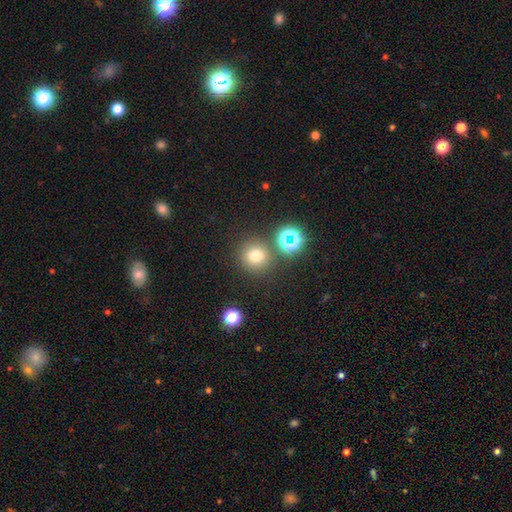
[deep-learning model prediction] Smooth or featured? smooth (72%)
How rounded? round (93%)
Merging? none (80%)